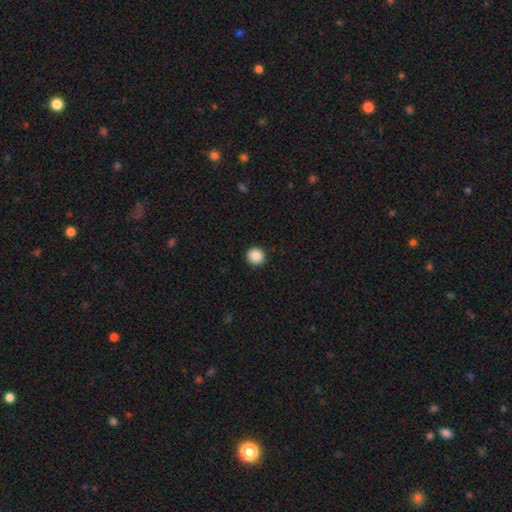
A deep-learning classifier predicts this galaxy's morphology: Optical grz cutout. It shows a smooth galaxy with no disk features (88%) that is round (93%). Merging: none (92%).